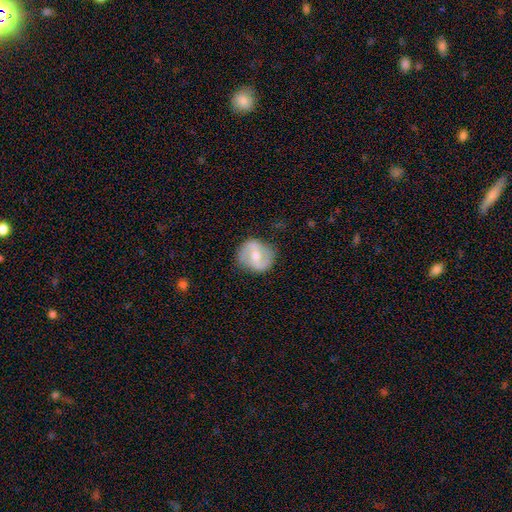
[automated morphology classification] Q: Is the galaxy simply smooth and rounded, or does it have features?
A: featured or disk — 65%.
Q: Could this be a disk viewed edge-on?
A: no — 97%.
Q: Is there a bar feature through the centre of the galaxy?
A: weak — 47%.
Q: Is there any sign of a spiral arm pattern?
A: yes — 80%.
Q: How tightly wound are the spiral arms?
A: medium — 43%.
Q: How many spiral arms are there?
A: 2 — 88%.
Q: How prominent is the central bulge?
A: moderate — 60%.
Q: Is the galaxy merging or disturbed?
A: none — 81%.